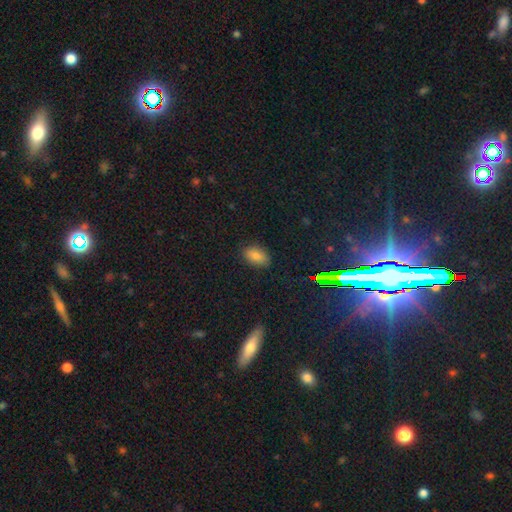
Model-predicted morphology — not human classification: A smooth galaxy with no disk features (81%) that is in between round and cigar-shaped (88%).

Vote fractions:
- Smooth or featured? smooth: 81% / star or artifact: 13% / featured or disk: 6%
- How rounded? in between: 88% / round: 11% / cigar-shaped: 2%
- Merging? none: 85% / minor disturbance: 12% / major disturbance: 3% / merger: 1%